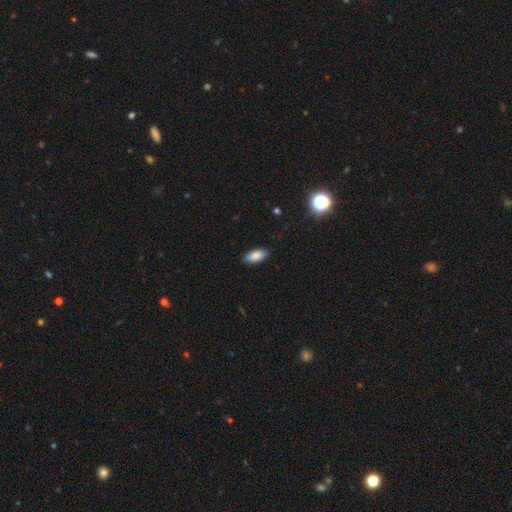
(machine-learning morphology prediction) Q: Smooth or featured?
A: smooth (86%); runner-up: star or artifact (7%)
Q: How rounded?
A: in between (88%); runner-up: cigar-shaped (10%)
Q: Merging?
A: none (88%); runner-up: minor disturbance (9%)